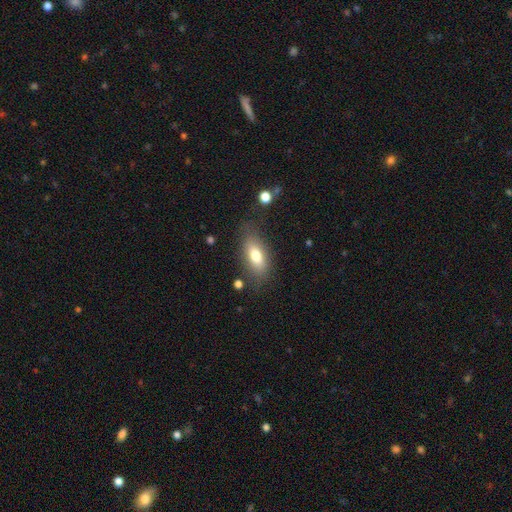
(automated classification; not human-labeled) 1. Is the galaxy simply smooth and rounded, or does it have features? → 75% smooth, 17% featured or disk, 8% star or artifact.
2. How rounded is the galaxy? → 83% in between, 12% cigar-shaped, 5% round.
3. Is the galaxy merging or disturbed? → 75% none, 16% minor disturbance, 6% major disturbance, 3% merger.